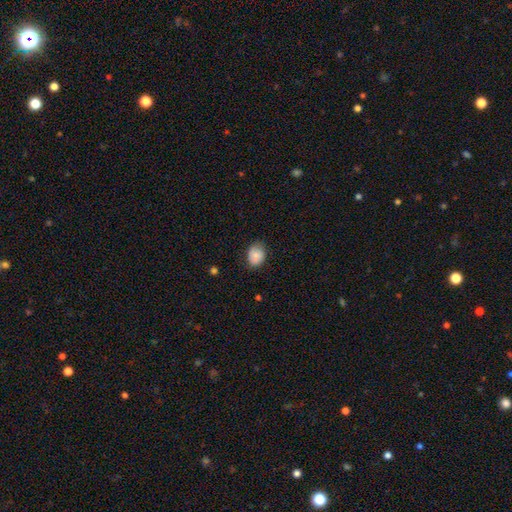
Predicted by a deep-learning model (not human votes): A smooth galaxy with no disk features (81%) that is in between round and cigar-shaped (55%). Merging: none (77%).